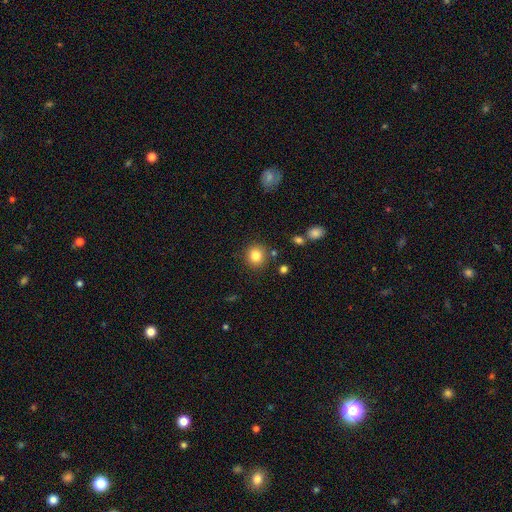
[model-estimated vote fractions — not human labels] A smooth galaxy with no disk features (84%) that is round (90%).

Vote fractions:
- Smooth or featured? smooth: 84% / star or artifact: 10% / featured or disk: 6%
- How rounded? round: 90% / in between: 9% / cigar-shaped: 1%
- Merging? none: 87% / minor disturbance: 7% / merger: 3% / major disturbance: 3%